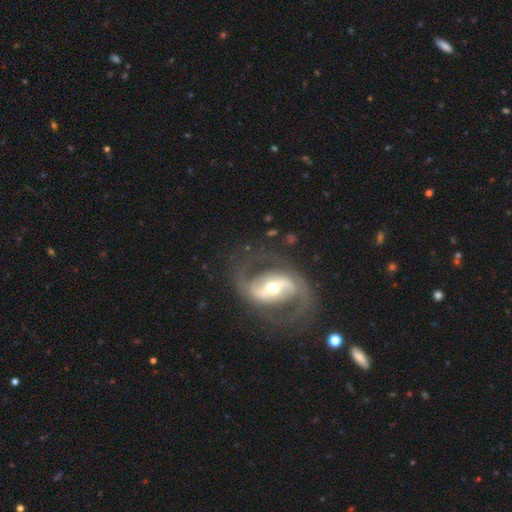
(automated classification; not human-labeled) This appears to be a featured or disk galaxy (89%) with a strong bar (45%), 2 (93%) medium (49%) spiral arms (95%) and a moderate central bulge (53%). Merging: none (77%).